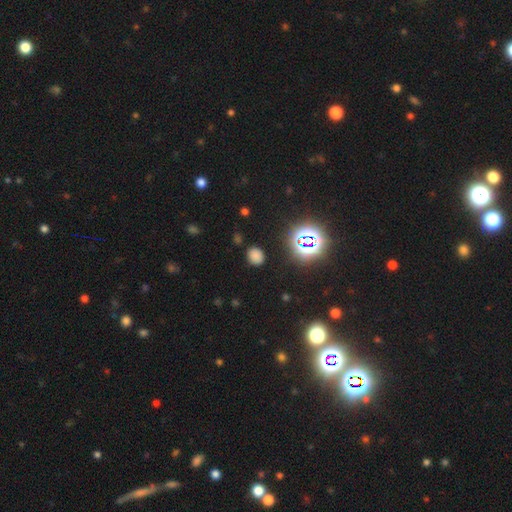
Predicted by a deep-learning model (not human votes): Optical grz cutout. It shows a smooth galaxy with no disk features (69%) that is round (53%). Merging: none (84%).